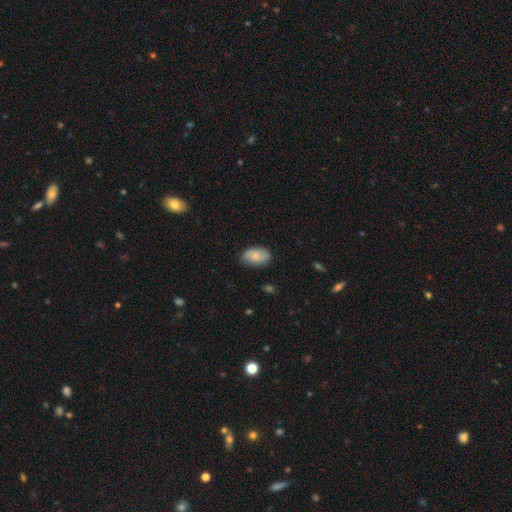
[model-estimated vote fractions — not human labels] This appears to be a smooth galaxy with no disk features (71%) that is in between round and cigar-shaped (92%). Merging: none (73%).